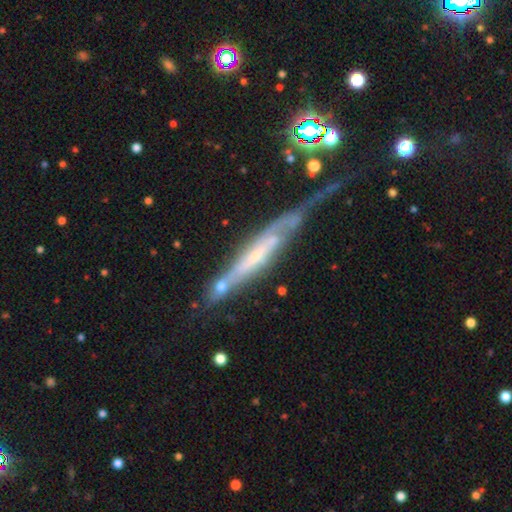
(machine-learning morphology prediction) This appears to be a featured or disk galaxy (72%) viewed edge-on (67%). Merging: none (34%).